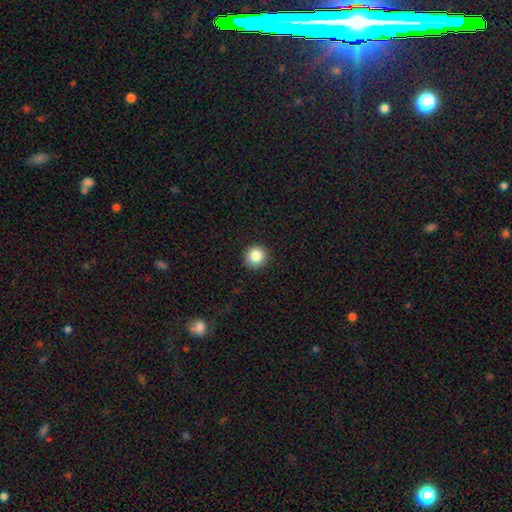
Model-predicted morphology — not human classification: smooth-or-featured: smooth: 84% | star or artifact: 10% | featured or disk: 6%
  how-rounded: round: 93% | in between: 6% | cigar-shaped: 1%
  merging: none: 91% | minor disturbance: 6% | major disturbance: 2% | merger: 1%